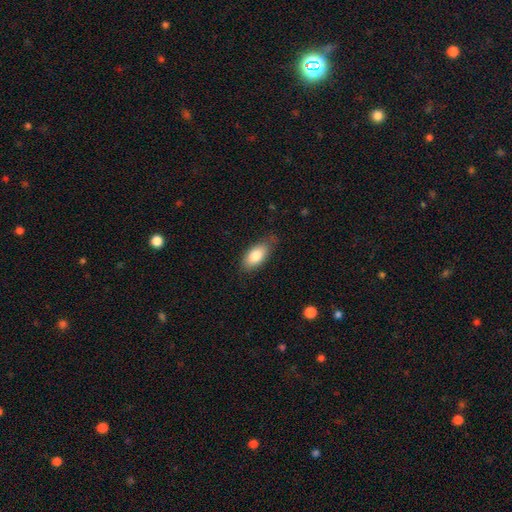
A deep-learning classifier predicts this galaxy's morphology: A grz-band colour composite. It shows a smooth galaxy with no disk features (82%) that is in between round and cigar-shaped (90%). Merging: none (72%).